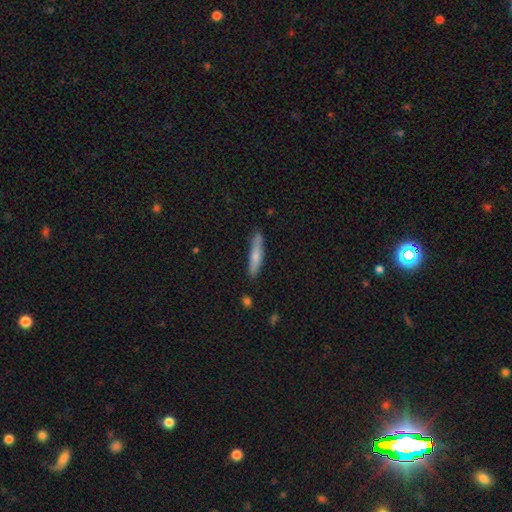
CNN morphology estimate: Smooth or featured?
  - smooth: 66% *
  - featured or disk: 28%
  - star or artifact: 6%
How rounded?
  - cigar-shaped: 88% *
  - in between: 11%
  - round: 2%
Merging?
  - none: 82% *
  - minor disturbance: 13%
  - merger: 2%
  - major disturbance: 2%